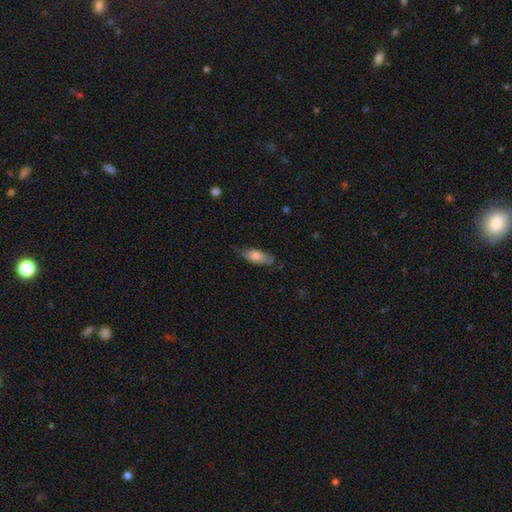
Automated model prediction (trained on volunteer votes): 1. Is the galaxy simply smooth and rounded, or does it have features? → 75% smooth, 19% featured or disk, 6% star or artifact.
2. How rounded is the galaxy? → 75% in between, 23% cigar-shaped, 2% round.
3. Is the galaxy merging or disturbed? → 67% none, 26% minor disturbance, 6% major disturbance, 2% merger.